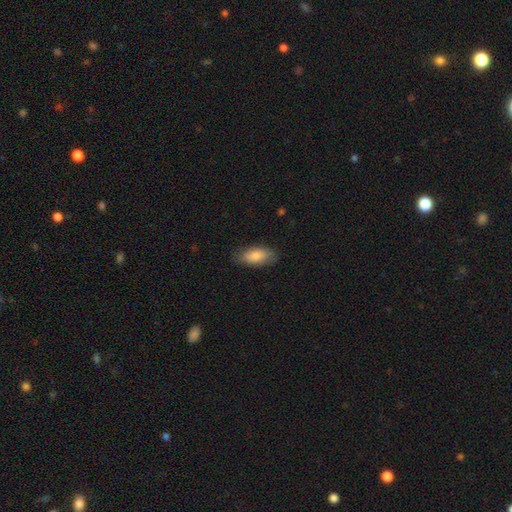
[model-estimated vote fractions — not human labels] smooth 80%, featured or disk 14%, star or artifact 6%. Down the decision tree: how rounded — in between (88%); merging — none (79%).